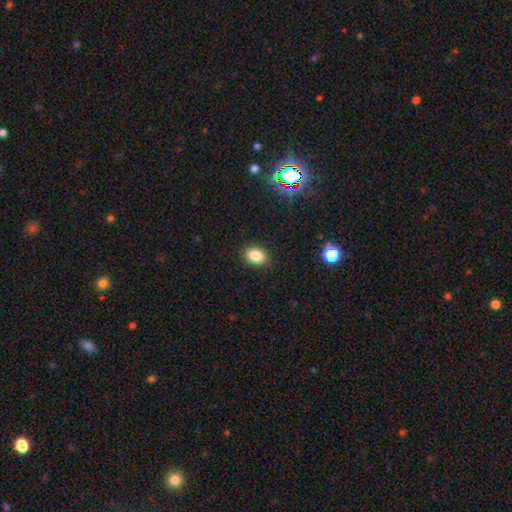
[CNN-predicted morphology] A smooth galaxy with no disk features (84%) that is in between round and cigar-shaped (73%). Merging: none (88%).